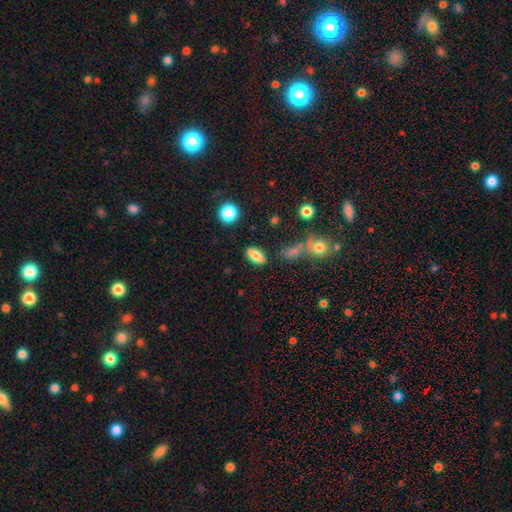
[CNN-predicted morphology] Smooth or featured? Predicted: smooth (p=0.79). How rounded? Predicted: in between (p=0.89). Merging? Predicted: none (p=0.83).